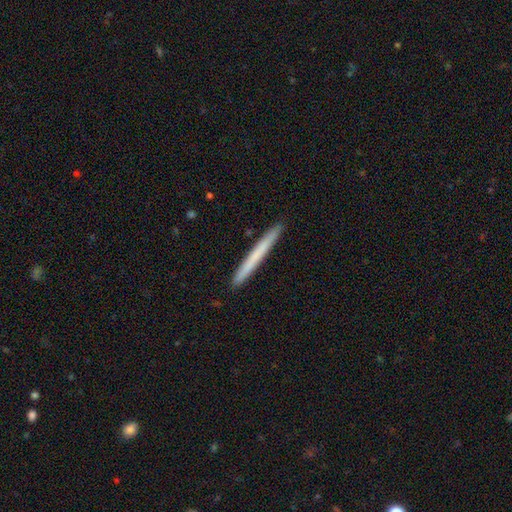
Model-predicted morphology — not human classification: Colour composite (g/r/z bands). It shows a smooth galaxy with no disk features (64%) that is cigar-shaped (98%). Merging: none (93%).